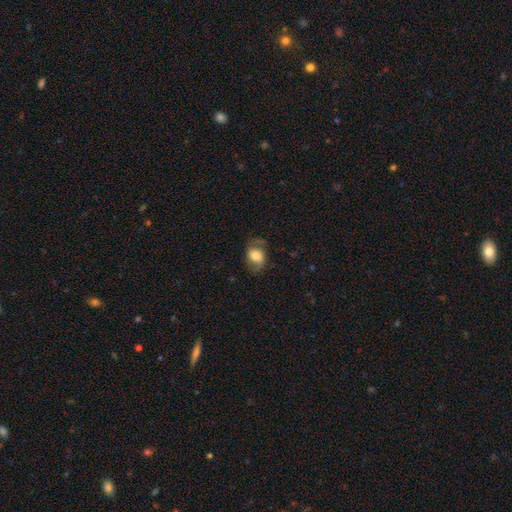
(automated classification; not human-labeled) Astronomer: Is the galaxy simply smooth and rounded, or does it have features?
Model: smooth — 62%.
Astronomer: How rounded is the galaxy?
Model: in between — 63%.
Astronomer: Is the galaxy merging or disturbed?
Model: none — 62%.